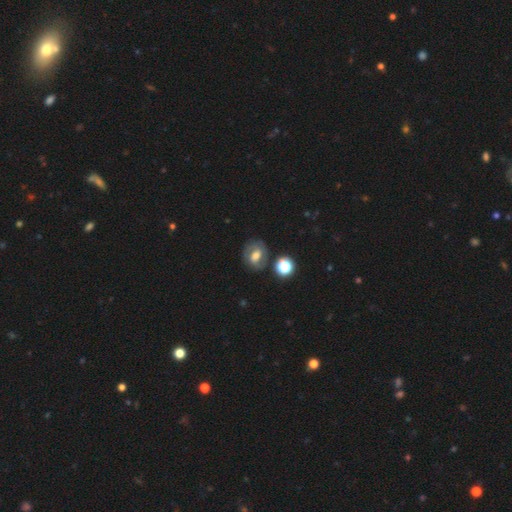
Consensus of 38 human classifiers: Overall: featured or disk (55%; smooth 37%). Edge-on disk: no (100%). Bar: weak (48%; no 33%). Spiral arms: yes (71%). Spiral arm count: 2 (100%). Spiral winding: medium (47%; tight 40%). Bulge size: moderate (43%; large 38%). Merging: none (74%).